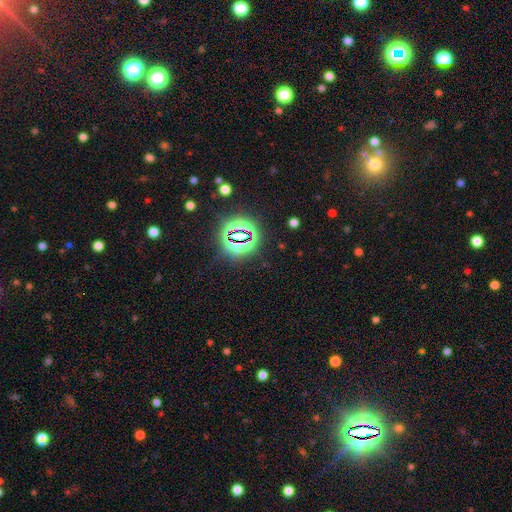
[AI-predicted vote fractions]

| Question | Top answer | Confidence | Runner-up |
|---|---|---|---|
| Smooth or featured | star or artifact | 81% | smooth (11%) |